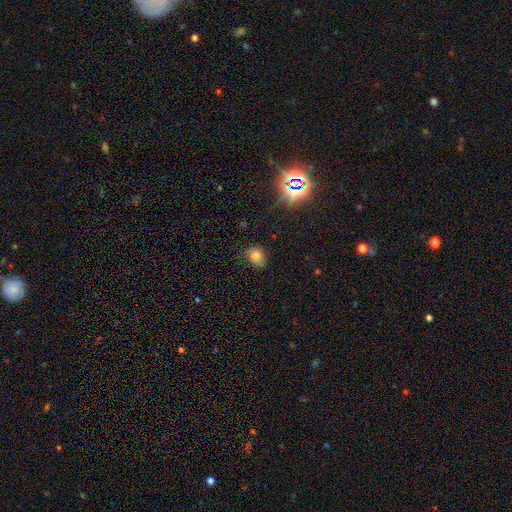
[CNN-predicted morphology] A smooth galaxy with no disk features (77%) that is round (64%). Merging: none (71%).